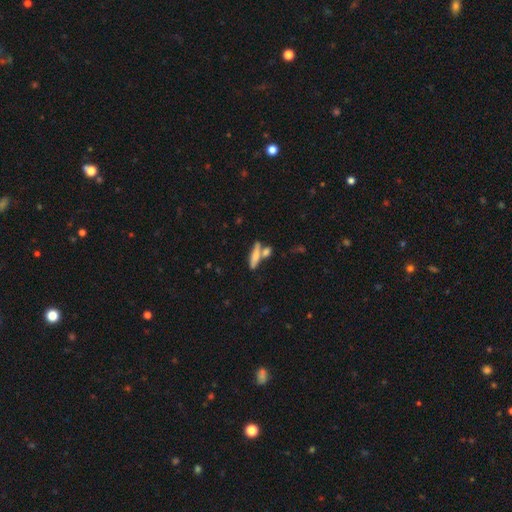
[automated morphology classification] type=smooth (68%); roundness=cigar-shaped (70%); merging=none (54%).